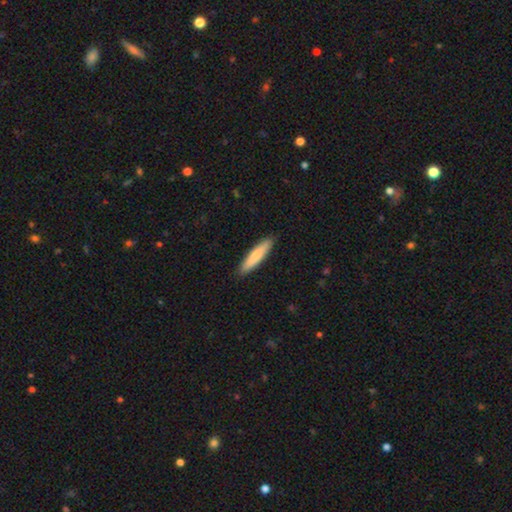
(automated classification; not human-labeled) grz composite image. It shows a smooth galaxy with no disk features (78%) that is cigar-shaped (86%). Merging: none (90%).